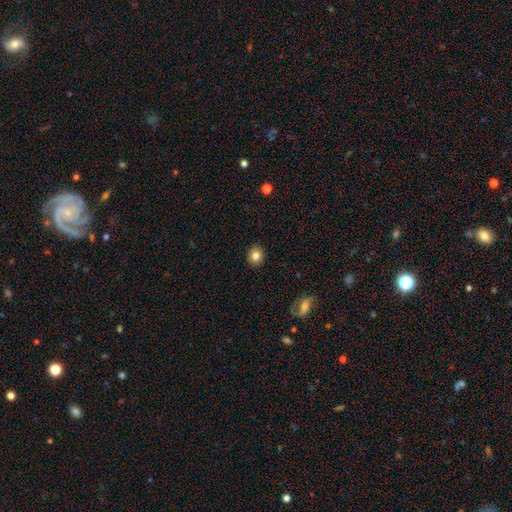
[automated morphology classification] Smooth or featured?
  - smooth: 83% *
  - star or artifact: 10%
  - featured or disk: 7%
How rounded?
  - round: 75% *
  - in between: 24%
  - cigar-shaped: 1%
Merging?
  - none: 91% *
  - minor disturbance: 6%
  - major disturbance: 2%
  - merger: 1%